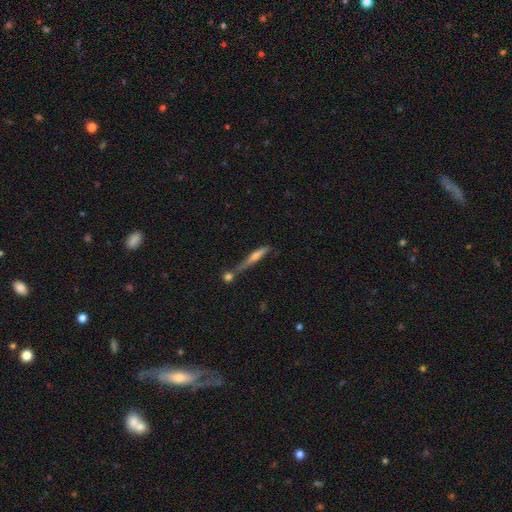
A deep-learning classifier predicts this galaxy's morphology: smooth_or_featured: featured or disk (p=0.52) [alt: smooth p=0.38]
disk_edge_on: yes (p=0.90) [alt: no p=0.10]
merging: none (p=0.50) [alt: merger p=0.27]